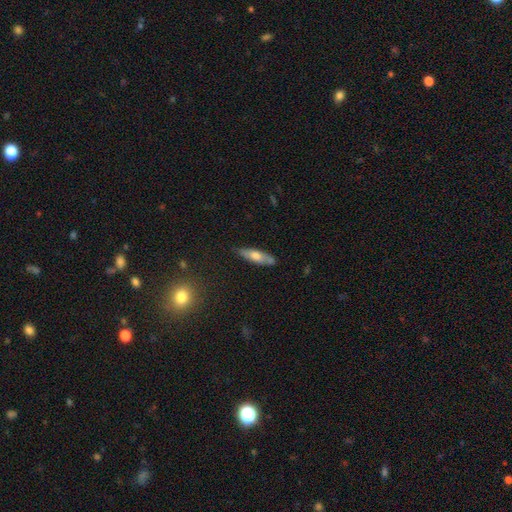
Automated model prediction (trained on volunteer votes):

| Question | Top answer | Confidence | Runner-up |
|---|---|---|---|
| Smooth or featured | smooth | 58% | featured or disk (35%) |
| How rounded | cigar-shaped | 63% | in between (35%) |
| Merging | none | 80% | minor disturbance (15%) |